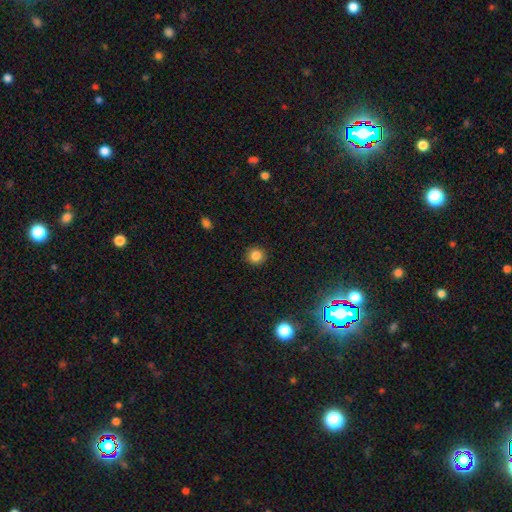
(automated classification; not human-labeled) A smooth galaxy with no disk features (84%) that is round (92%). Merging: none (92%).